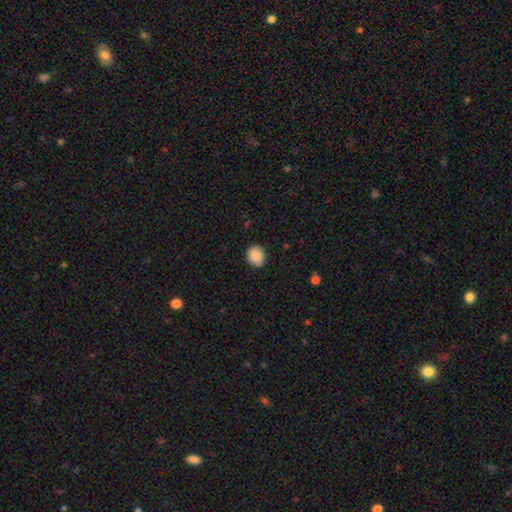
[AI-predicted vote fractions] This is clearly a smooth galaxy (84%). How rounded: likely round (73%). Merging: clearly none (82%).